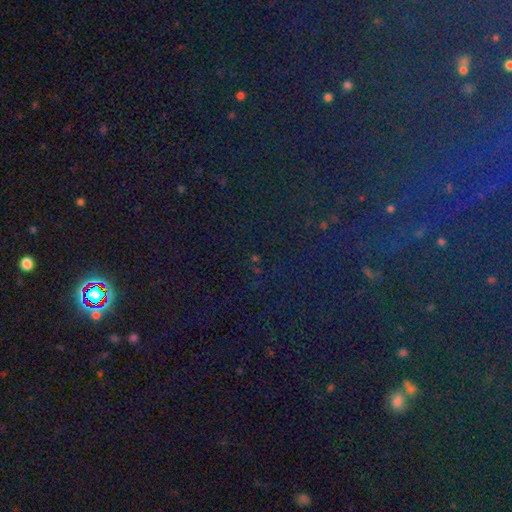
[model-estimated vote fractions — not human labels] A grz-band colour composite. It shows a star or artifact, not a galaxy (81%).